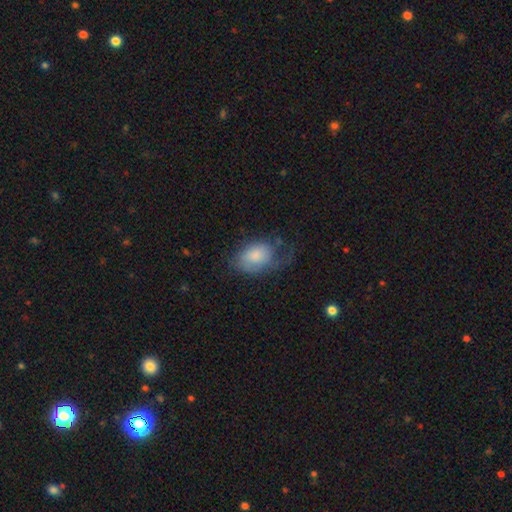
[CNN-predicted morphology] This is likely a smooth galaxy (65%). How rounded: clearly in between (82%). Merging: marginally major disturbance (35%).